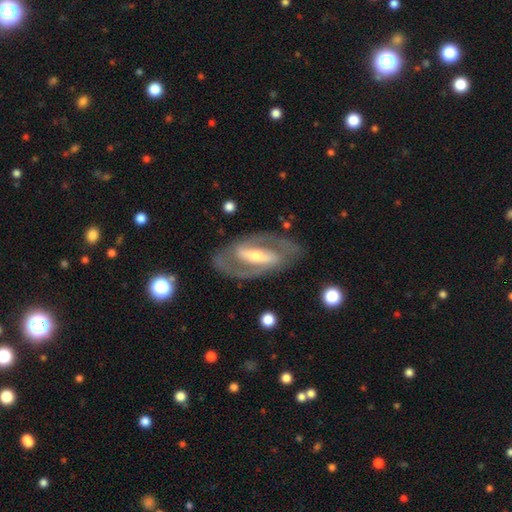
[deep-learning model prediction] Smooth or featured? Predicted: featured or disk (p=0.85). Edge-on disk? Predicted: no (p=0.92). Bar? Predicted: strong (p=0.68). Spiral arms? Predicted: yes (p=0.83). Spiral winding? Predicted: medium (p=0.49). Spiral arm count? Predicted: 2 (p=0.88). Bulge size? Predicted: small (p=0.47). Merging? Predicted: none (p=0.81).